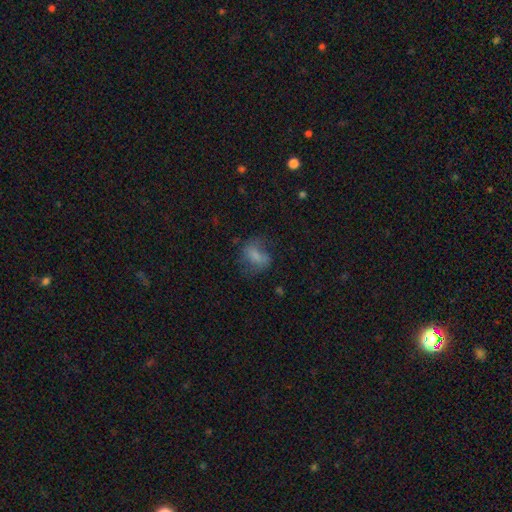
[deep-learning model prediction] This is likely a smooth galaxy (62%). How rounded: likely in between (71%). Merging: possibly none (48%).